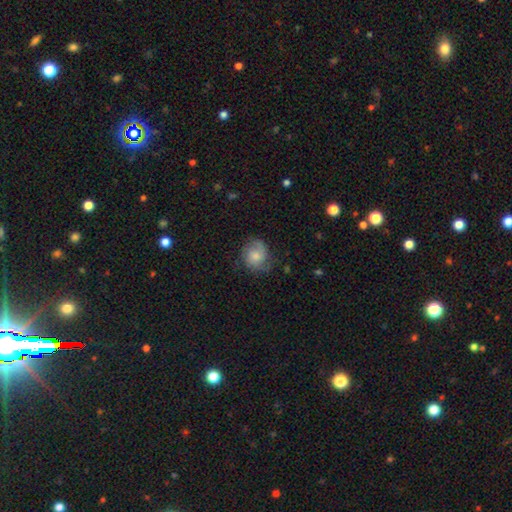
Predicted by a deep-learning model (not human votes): The model was most divided on "smooth or featured": smooth: 49%, featured or disk: 43%, star or artifact: 8%. More confident: merging — none (64%).